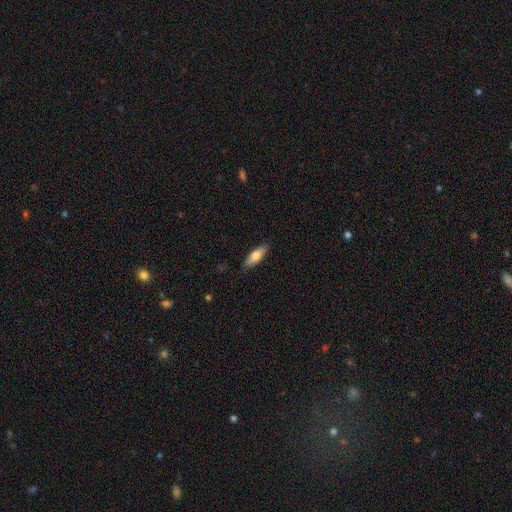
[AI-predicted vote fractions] Smooth or featured: smooth — 69% (featured or disk — 25%)
How rounded: in between — 57% (cigar-shaped — 40%)
Merging: none — 86% (minor disturbance — 11%)